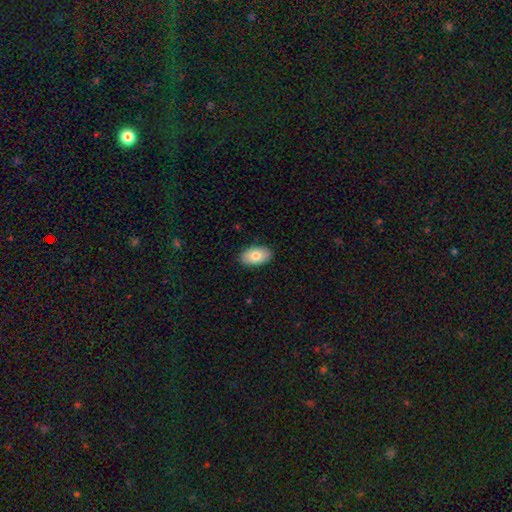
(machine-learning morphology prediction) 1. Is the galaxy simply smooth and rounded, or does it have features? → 79% smooth, 15% featured or disk, 6% star or artifact.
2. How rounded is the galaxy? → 94% in between, 5% round, 1% cigar-shaped.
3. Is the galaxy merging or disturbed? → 88% none, 9% minor disturbance, 2% major disturbance, 1% merger.